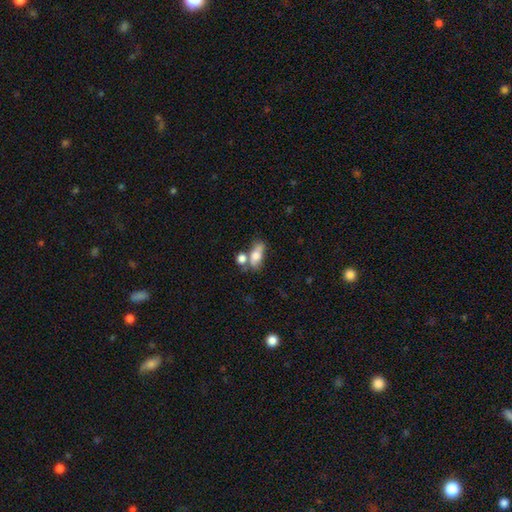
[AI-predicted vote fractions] Morphology: type=smooth (67%); roundness=in between (77%); merging=merger (39%).